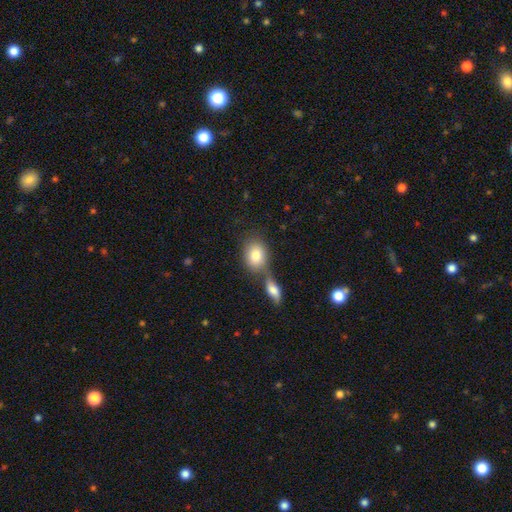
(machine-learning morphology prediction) Overall: smooth (81%). How rounded: in between (64%; round 35%). Merging: none (45%; merger 41%).